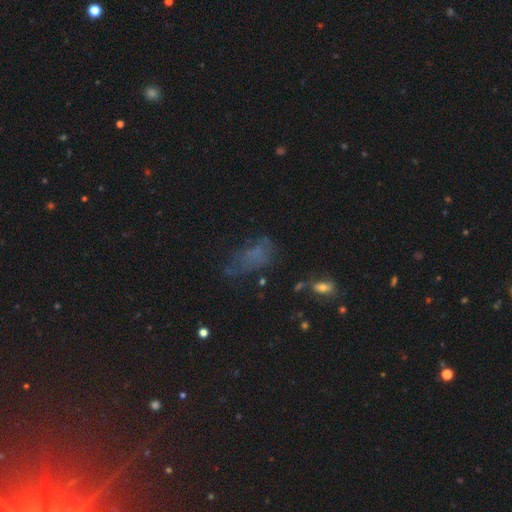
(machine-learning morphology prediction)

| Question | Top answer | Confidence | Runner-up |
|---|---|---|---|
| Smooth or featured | smooth | 48% | featured or disk (26%) |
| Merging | none | 42% | major disturbance (28%) |